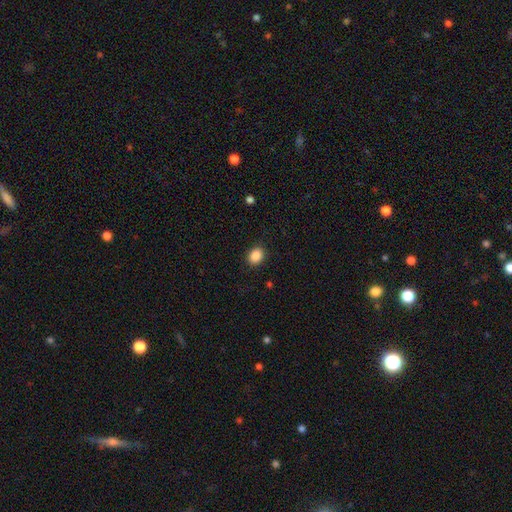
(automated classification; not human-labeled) This is clearly a smooth galaxy (88%). How rounded: possibly in between (52%). Merging: clearly none (89%).